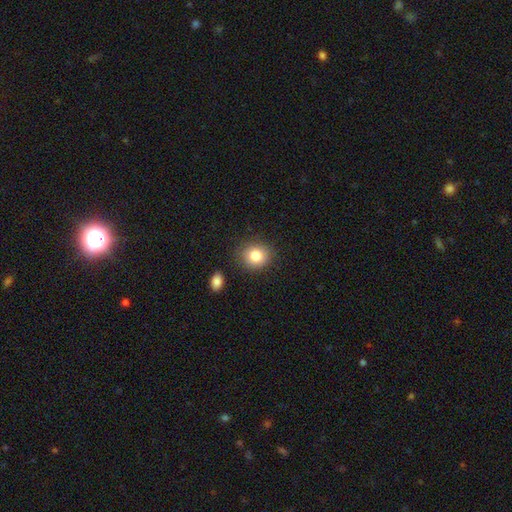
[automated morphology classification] smooth_or_featured: smooth (p=0.82) [alt: star or artifact p=0.10]
how_rounded: round (p=0.79) [alt: in between p=0.20]
merging: none (p=0.85) [alt: minor disturbance p=0.10]